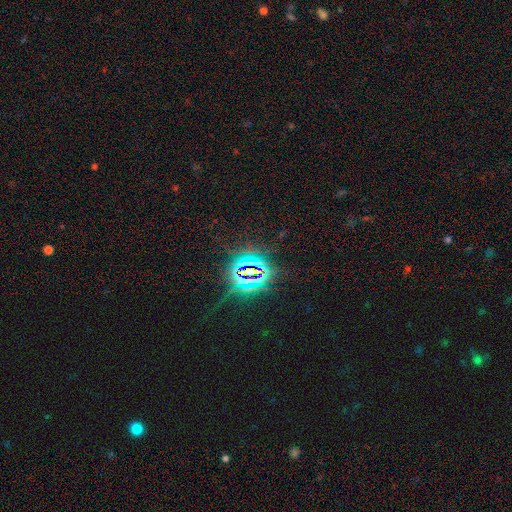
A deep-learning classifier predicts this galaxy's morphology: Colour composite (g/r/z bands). It shows a star or artifact, not a galaxy (85%).